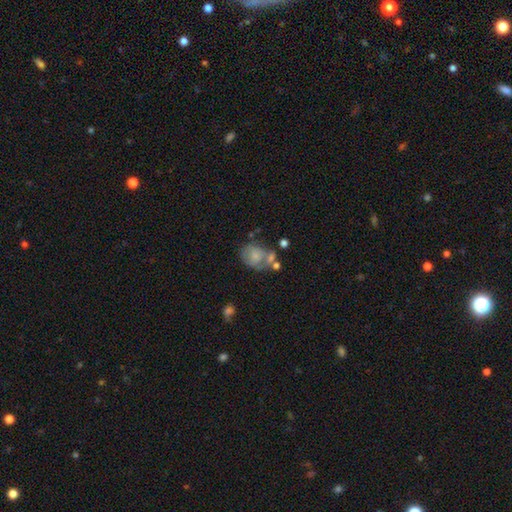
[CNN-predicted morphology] A smooth galaxy with no disk features (57%) that is in between round and cigar-shaped (58%). Merging: none (34%).